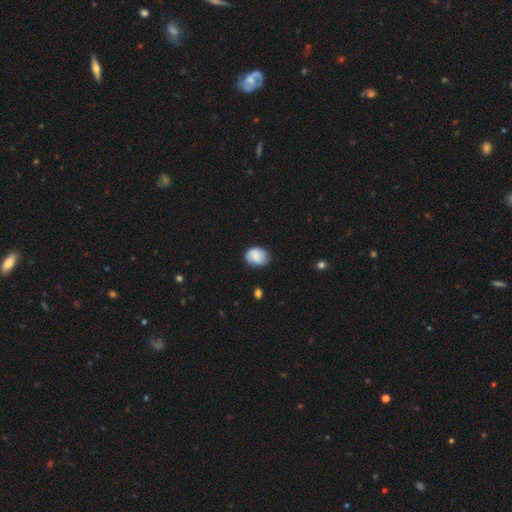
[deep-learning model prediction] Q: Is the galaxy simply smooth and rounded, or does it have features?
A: smooth — 76%.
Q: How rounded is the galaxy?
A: round — 51%.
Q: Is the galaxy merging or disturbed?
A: none — 73%.